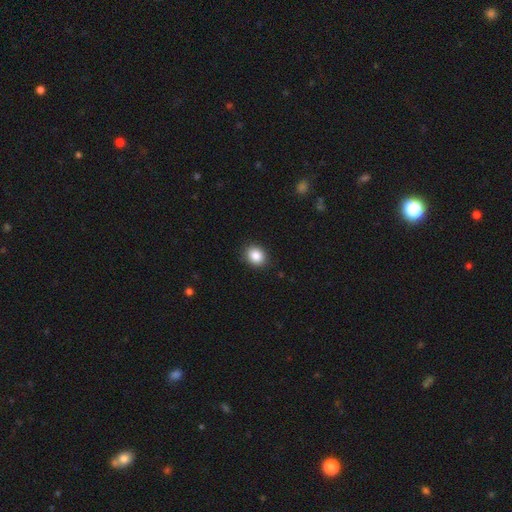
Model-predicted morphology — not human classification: Overall: smooth (87%). How rounded: round (53%; in between 46%). Merging: none (89%).